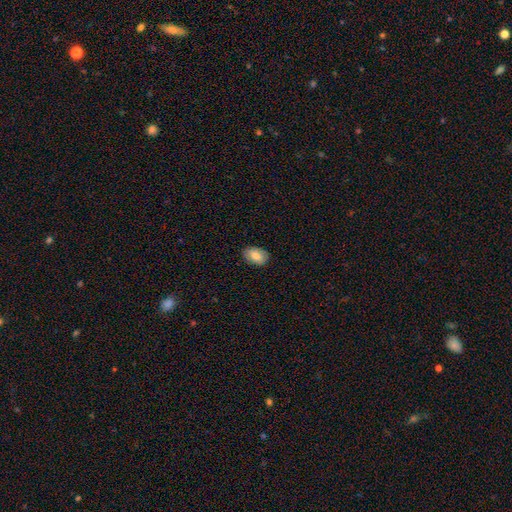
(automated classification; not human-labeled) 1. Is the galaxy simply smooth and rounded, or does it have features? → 75% smooth, 18% featured or disk, 7% star or artifact.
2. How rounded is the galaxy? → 87% in between, 12% round, 1% cigar-shaped.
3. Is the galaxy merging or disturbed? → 86% none, 10% minor disturbance, 2% major disturbance, 1% merger.